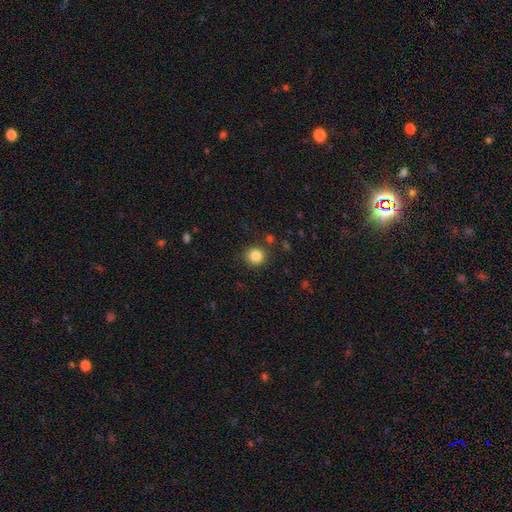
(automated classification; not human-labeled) Smooth or featured: smooth — 84% (star or artifact — 11%)
How rounded: round — 90% (in between — 9%)
Merging: none — 87% (minor disturbance — 8%)